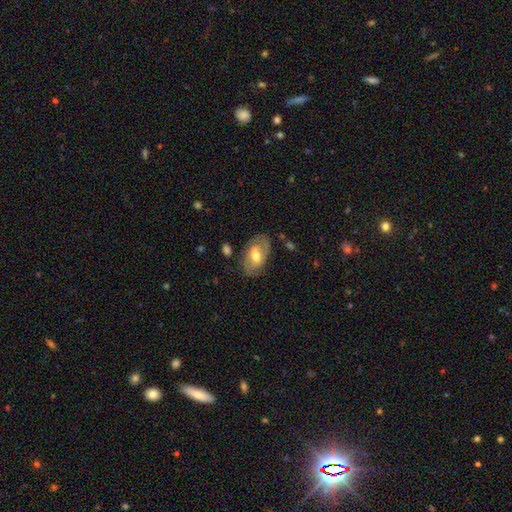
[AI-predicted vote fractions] Smooth or featured? Predicted: featured or disk (p=0.48). Merging? Predicted: none (p=0.71).